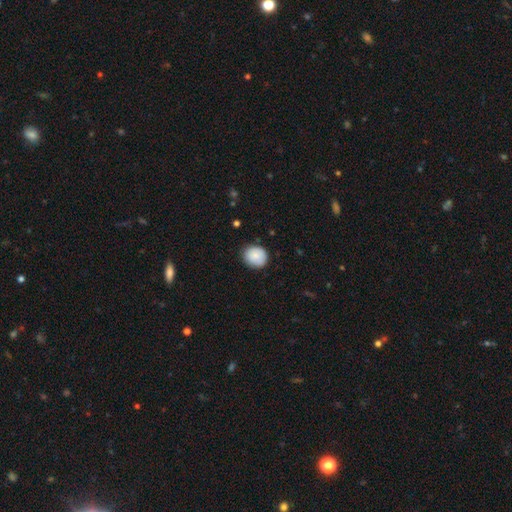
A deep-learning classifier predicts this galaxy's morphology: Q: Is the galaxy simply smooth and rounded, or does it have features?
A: smooth — 87%.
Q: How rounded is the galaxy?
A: round — 77%.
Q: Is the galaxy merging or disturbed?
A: none — 83%.